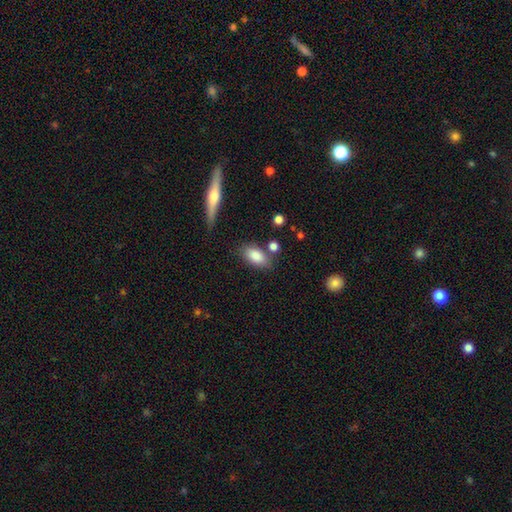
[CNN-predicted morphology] This appears to be a smooth galaxy with no disk features (84%) that is in between round and cigar-shaped (89%). Merging: none (71%).